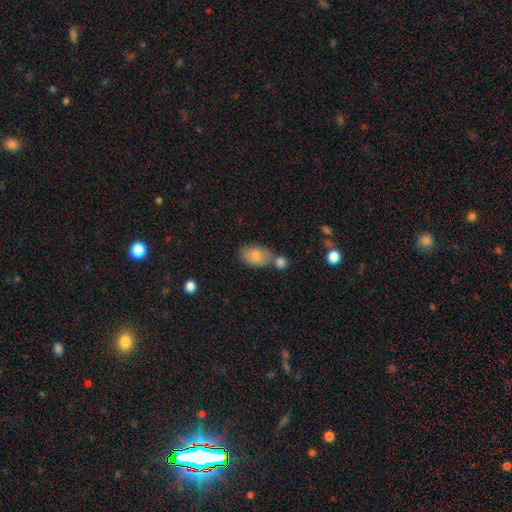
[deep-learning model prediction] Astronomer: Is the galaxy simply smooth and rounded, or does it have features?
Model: smooth — 75%.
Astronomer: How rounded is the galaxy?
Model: in between — 86%.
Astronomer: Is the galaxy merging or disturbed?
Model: none — 51% (runner-up: merger, 29%).